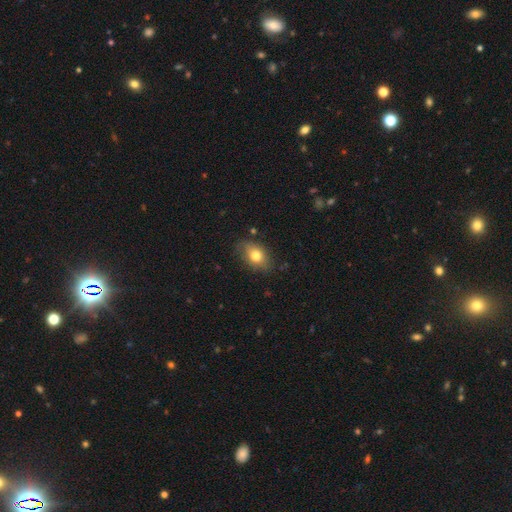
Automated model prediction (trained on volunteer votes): The model was most divided on "merging": none: 77%, minor disturbance: 18%, major disturbance: 4%, merger: 2%. More confident: how rounded — in between (80%); smooth or featured — smooth (76%).